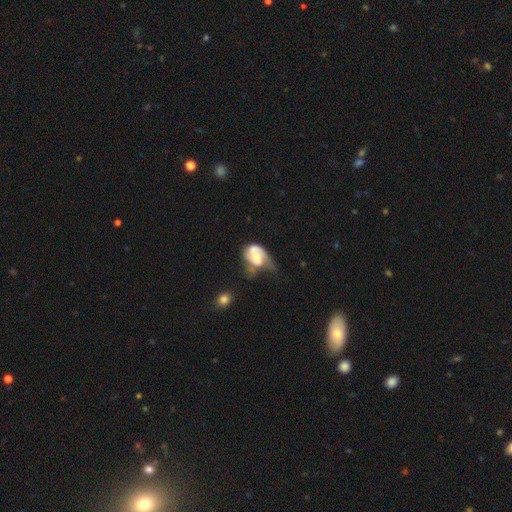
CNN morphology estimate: This appears to be a featured or disk galaxy (57%) with no bar (58%), spiral arms (66%) and a moderate central bulge (39%). Merging: major disturbance (41%).